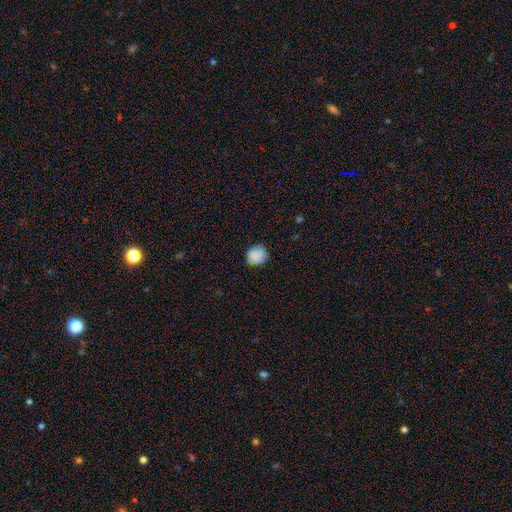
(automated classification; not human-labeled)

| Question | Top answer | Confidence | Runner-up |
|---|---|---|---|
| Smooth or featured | smooth | 80% | star or artifact (10%) |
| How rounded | round | 80% | in between (19%) |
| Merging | none | 72% | minor disturbance (21%) |